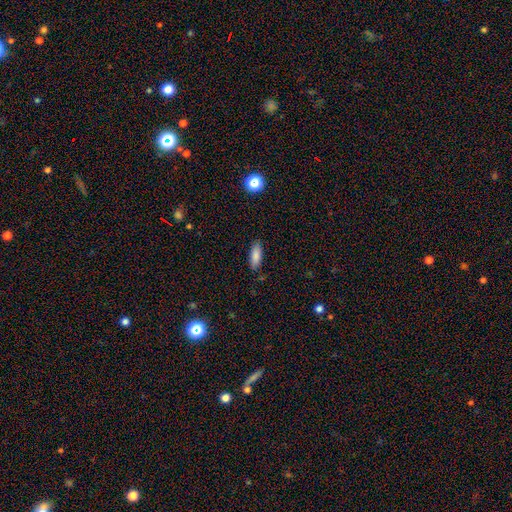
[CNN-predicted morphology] type=smooth (84%); roundness=in between (69%); merging=none (84%).